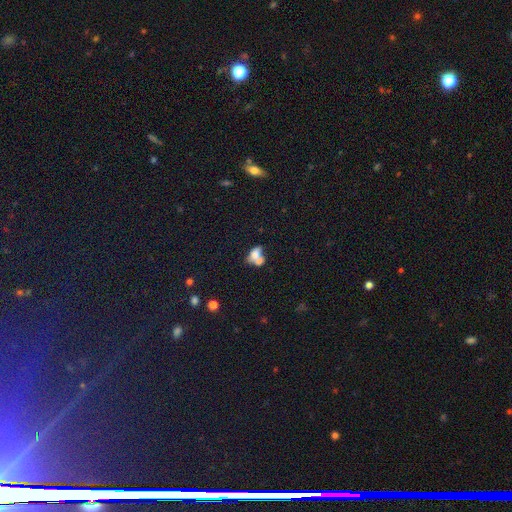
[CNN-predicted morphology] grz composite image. It shows a smooth galaxy with no disk features (66%) that is in between round and cigar-shaped (78%). Merging: merger (62%).